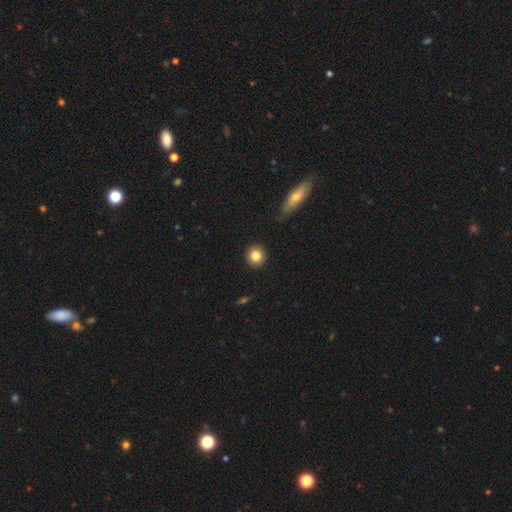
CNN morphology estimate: Smooth or featured? Predicted: smooth (p=0.84). How rounded? Predicted: round (p=0.91). Merging? Predicted: none (p=0.91).